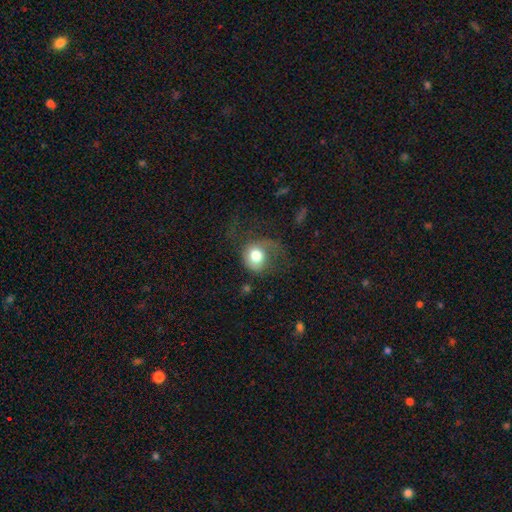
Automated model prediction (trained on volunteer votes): smooth-or-featured: smooth: 69% | featured or disk: 22% | star or artifact: 9%
  how-rounded: round: 70% | in between: 29% | cigar-shaped: 1%
  merging: major disturbance: 39% | none: 33% | minor disturbance: 25% | merger: 3%